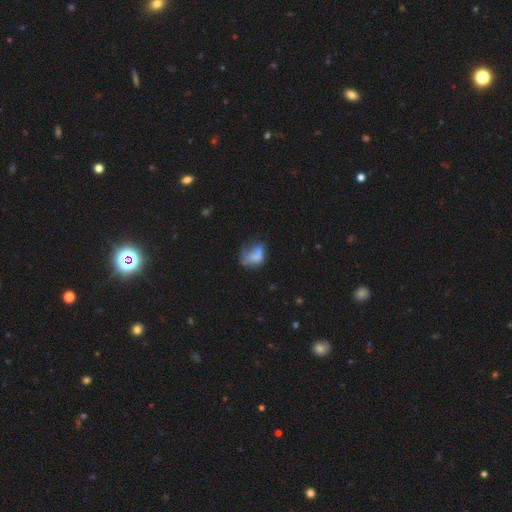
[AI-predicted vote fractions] smooth 62%, featured or disk 27%, star or artifact 11%. Down the decision tree: how rounded — in between (79%); merging — major disturbance (40%).